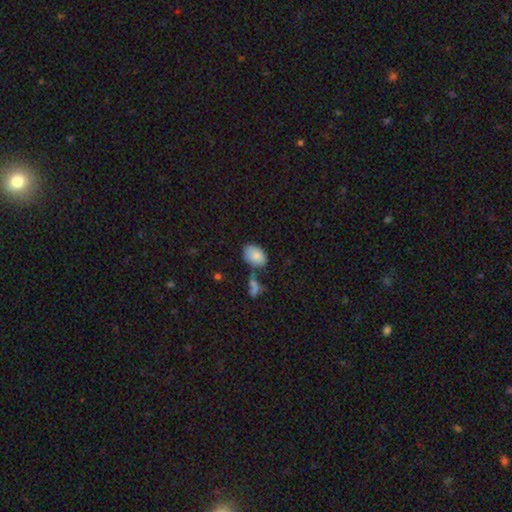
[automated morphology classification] smooth 85%, star or artifact 8%, featured or disk 8%. Down the decision tree: how rounded — in between (87%); merging — none (59%).